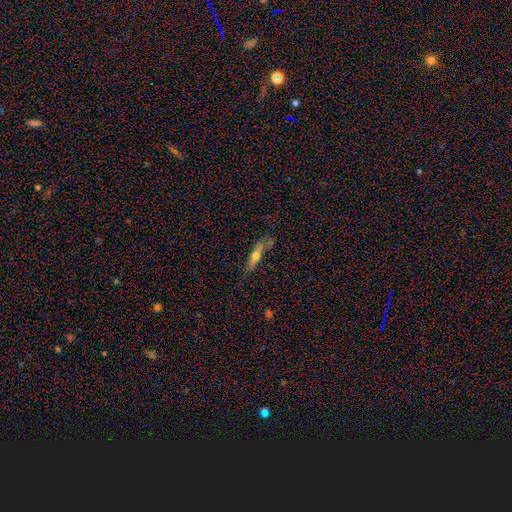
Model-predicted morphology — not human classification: smooth-or-featured: smooth: 47% | featured or disk: 46% | star or artifact: 7%
  merging: none: 58% | minor disturbance: 25% | major disturbance: 11% | merger: 6%